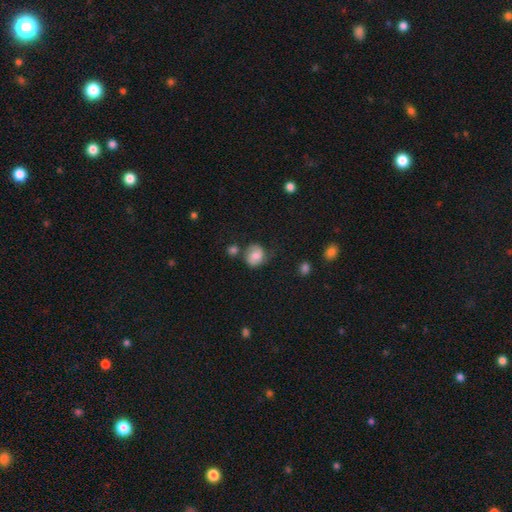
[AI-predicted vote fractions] Smooth or featured?
  - smooth: 58% *
  - featured or disk: 33%
  - star or artifact: 9%
How rounded?
  - round: 67% *
  - in between: 32%
  - cigar-shaped: 1%
Merging?
  - none: 56% *
  - minor disturbance: 25%
  - major disturbance: 10%
  - merger: 9%